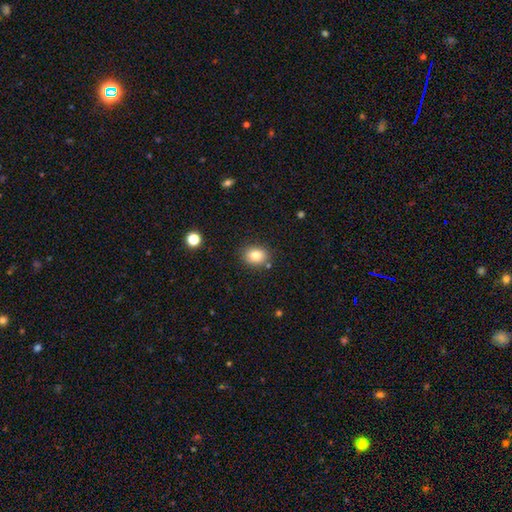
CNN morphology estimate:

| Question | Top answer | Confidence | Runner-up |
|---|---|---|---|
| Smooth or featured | smooth | 82% | star or artifact (10%) |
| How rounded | in between | 51% | round (48%) |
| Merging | none | 84% | minor disturbance (10%) |